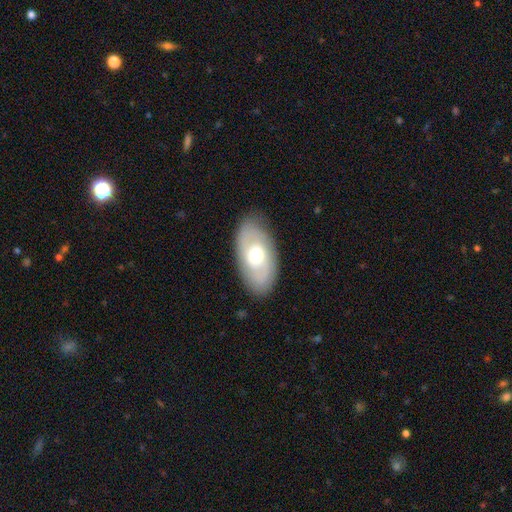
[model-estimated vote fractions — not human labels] This appears to be a featured or disk galaxy (48%). Merging: none (82%).